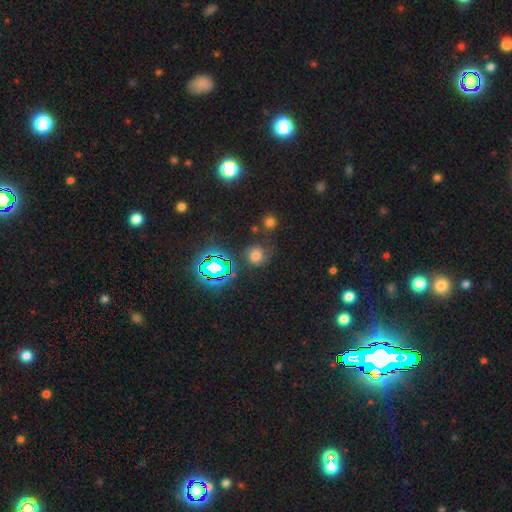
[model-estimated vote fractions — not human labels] A smooth galaxy with no disk features (58%) that is round (86%). Merging: none (70%).